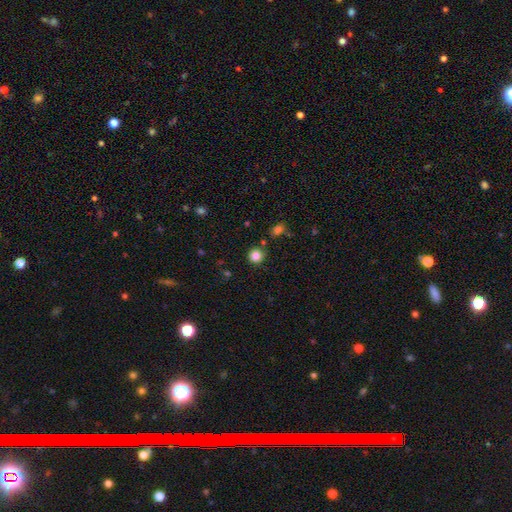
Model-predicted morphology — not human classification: This is clearly a smooth galaxy (83%). How rounded: clearly round (92%). Merging: clearly none (86%).